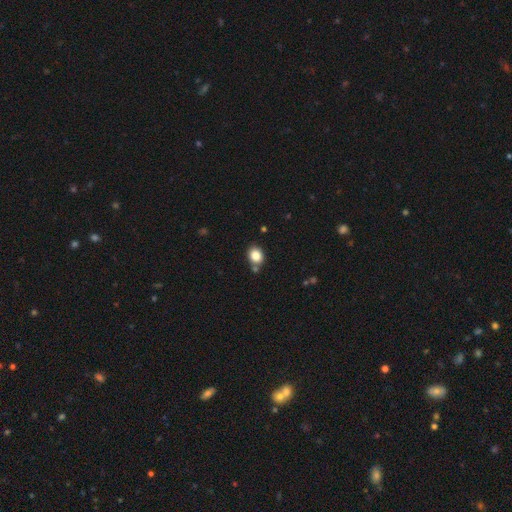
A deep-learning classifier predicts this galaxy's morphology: smooth 85%, star or artifact 9%, featured or disk 6%. Down the decision tree: how rounded — in between (52%); merging — none (75%).